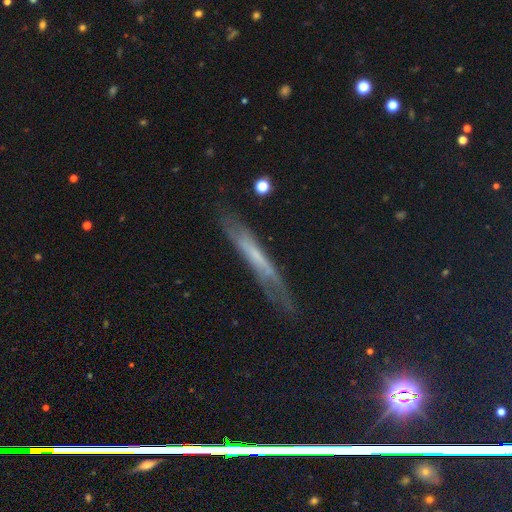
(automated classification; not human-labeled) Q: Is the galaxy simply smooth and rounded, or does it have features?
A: featured or disk — 56%.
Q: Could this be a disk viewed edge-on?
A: yes — 73%.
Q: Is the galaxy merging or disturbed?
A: none — 69%.